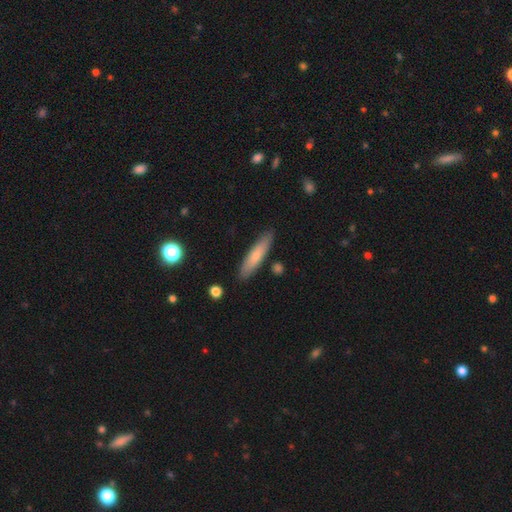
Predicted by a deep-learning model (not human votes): The model was most divided on "smooth or featured": smooth: 68%, featured or disk: 26%, star or artifact: 6%. More confident: merging — none (87%); how rounded — cigar-shaped (81%).